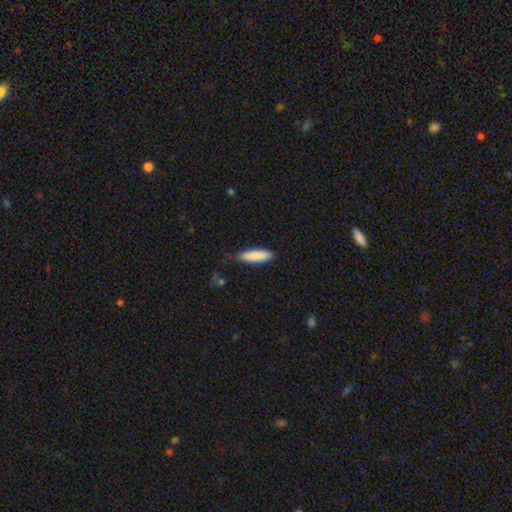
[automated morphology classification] Smooth or featured? Predicted: smooth (p=0.87). How rounded? Predicted: cigar-shaped (p=0.64). Merging? Predicted: none (p=0.84).